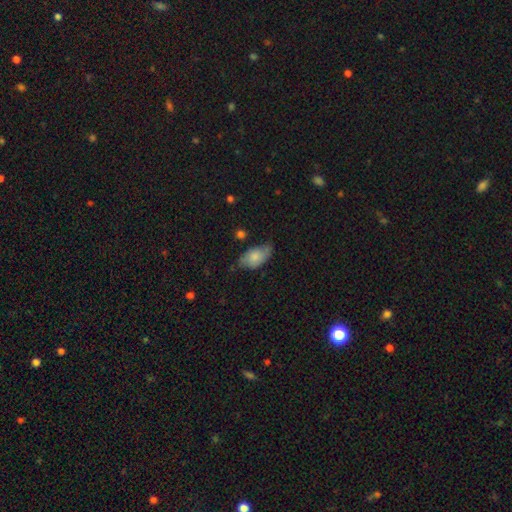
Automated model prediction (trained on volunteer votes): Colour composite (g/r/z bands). It shows a smooth galaxy with no disk features (72%) that is in between round and cigar-shaped (92%). Merging: none (57%).